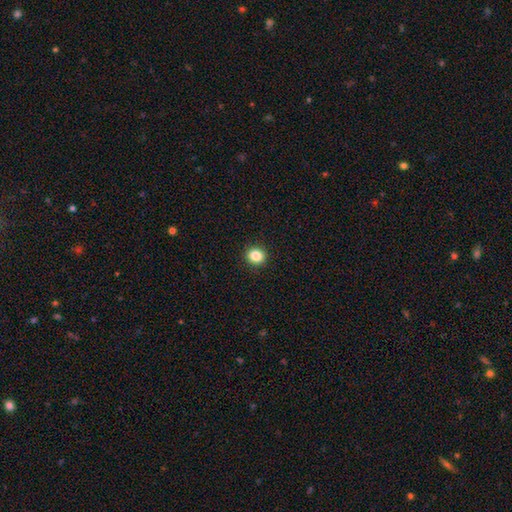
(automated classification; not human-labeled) Smooth or featured? smooth (86%)
How rounded? round (78%)
Merging? none (92%)